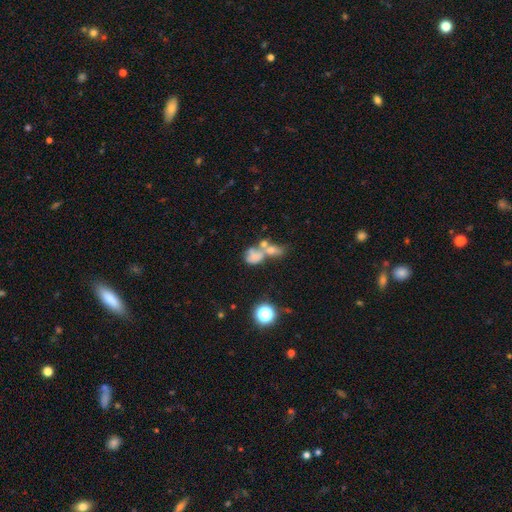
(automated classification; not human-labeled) A smooth galaxy with no disk features (51%) that is in between round and cigar-shaped (62%).

Vote fractions:
- Smooth or featured? smooth: 51% / featured or disk: 31% / star or artifact: 18%
- How rounded? in between: 62% / round: 34% / cigar-shaped: 4%
- Merging? merger: 60% / none: 17% / major disturbance: 14% / minor disturbance: 9%